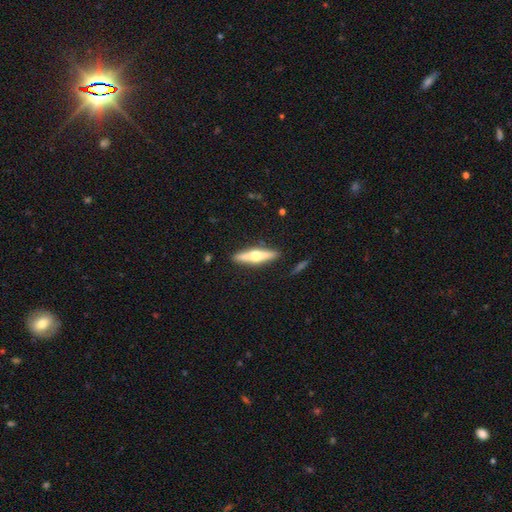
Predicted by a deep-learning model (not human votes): Overall: featured or disk (62%; smooth 33%). Edge-on disk: yes (96%). Edge-on bulge: rounded (94%). Merging: none (90%).